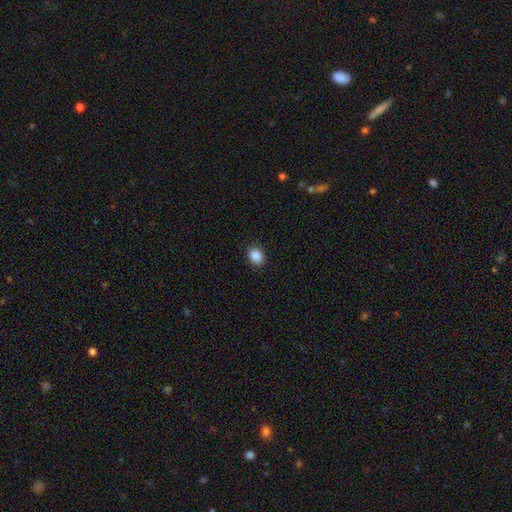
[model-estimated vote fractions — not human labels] This is clearly a smooth galaxy (87%). How rounded: likely round (60%). Merging: clearly none (90%).